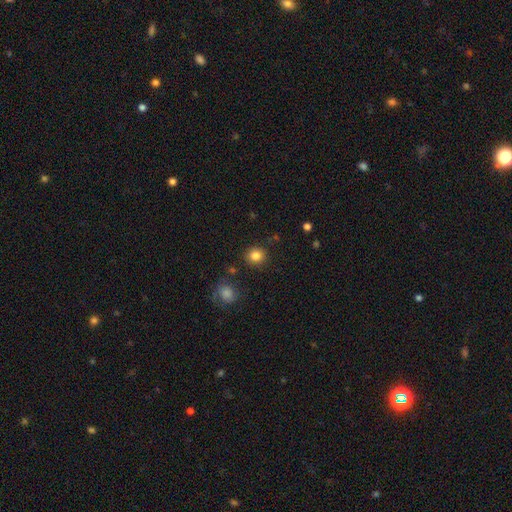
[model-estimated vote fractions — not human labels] smooth 84%, star or artifact 11%, featured or disk 5%. Down the decision tree: how rounded — round (87%); merging — none (87%).